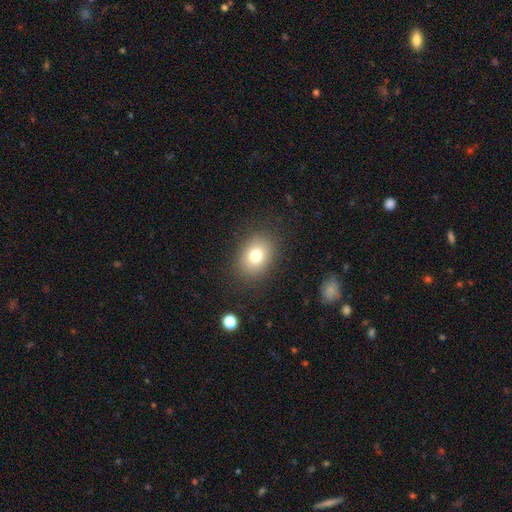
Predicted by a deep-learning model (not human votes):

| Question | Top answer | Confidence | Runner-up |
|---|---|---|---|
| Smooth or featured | smooth | 78% | star or artifact (11%) |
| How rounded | in between | 64% | round (35%) |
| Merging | none | 86% | minor disturbance (9%) |